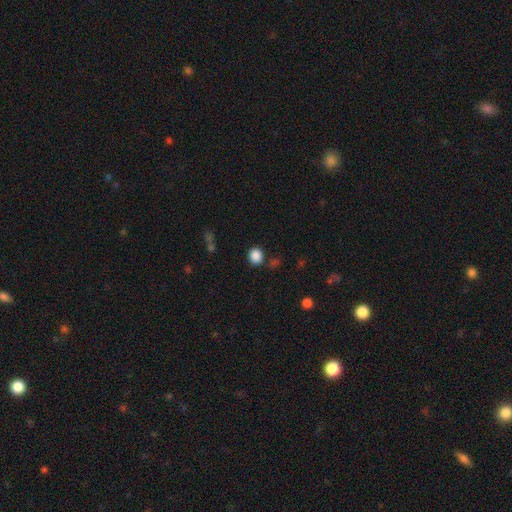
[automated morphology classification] smooth 86%, star or artifact 10%, featured or disk 3%. Down the decision tree: how rounded — round (80%); merging — none (82%).